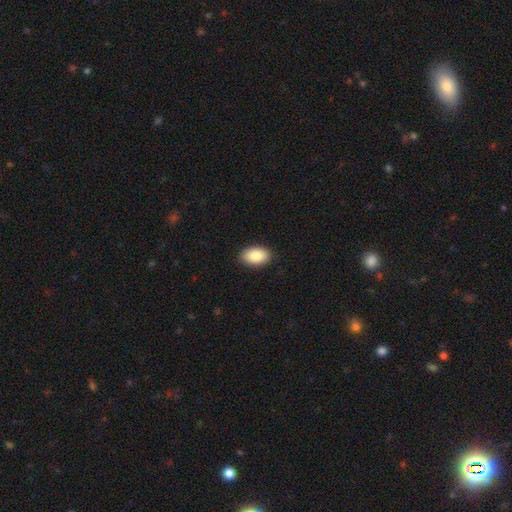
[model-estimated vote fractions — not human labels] smooth 87%, star or artifact 7%, featured or disk 6%. Down the decision tree: how rounded — in between (92%); merging — none (89%).